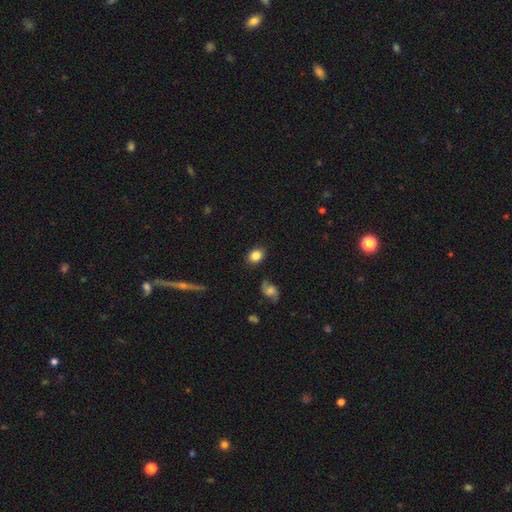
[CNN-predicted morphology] smooth_or_featured: smooth (p=0.82) [alt: featured or disk p=0.09]
how_rounded: in between (p=0.59) [alt: round p=0.40]
merging: none (p=0.82) [alt: minor disturbance p=0.13]